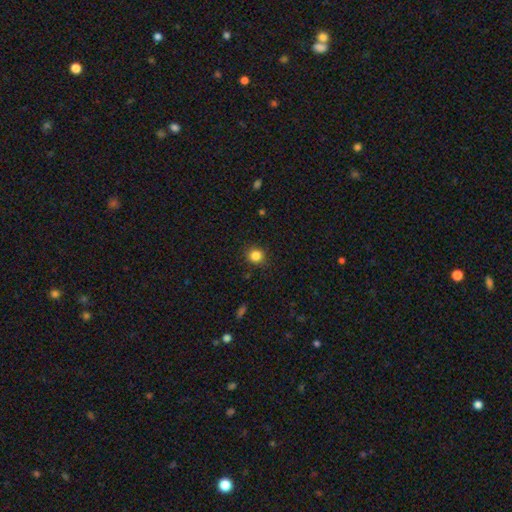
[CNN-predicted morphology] Smooth or featured: smooth — 84% (star or artifact — 12%)
How rounded: round — 86% (in between — 13%)
Merging: none — 90% (minor disturbance — 7%)